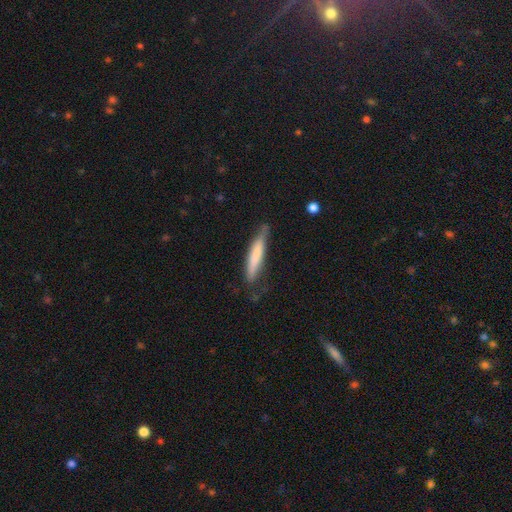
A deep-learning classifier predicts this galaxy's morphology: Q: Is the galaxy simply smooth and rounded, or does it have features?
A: smooth — 71%.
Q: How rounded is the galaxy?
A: cigar-shaped — 90%.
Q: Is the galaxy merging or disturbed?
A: none — 67%.